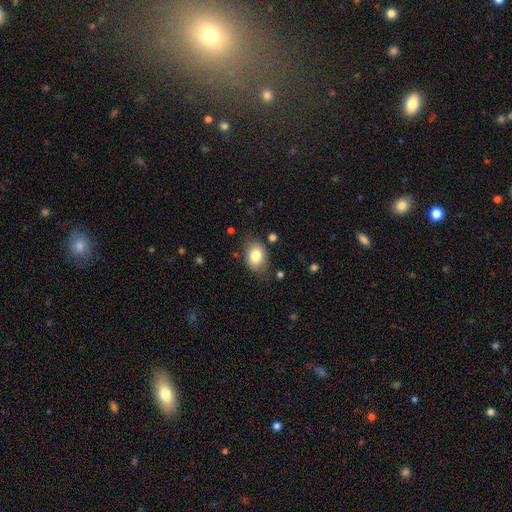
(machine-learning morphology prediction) Smooth or featured?
  - smooth: 81% *
  - featured or disk: 11%
  - star or artifact: 8%
How rounded?
  - in between: 78% *
  - round: 21%
  - cigar-shaped: 1%
Merging?
  - none: 76% *
  - minor disturbance: 17%
  - major disturbance: 5%
  - merger: 2%